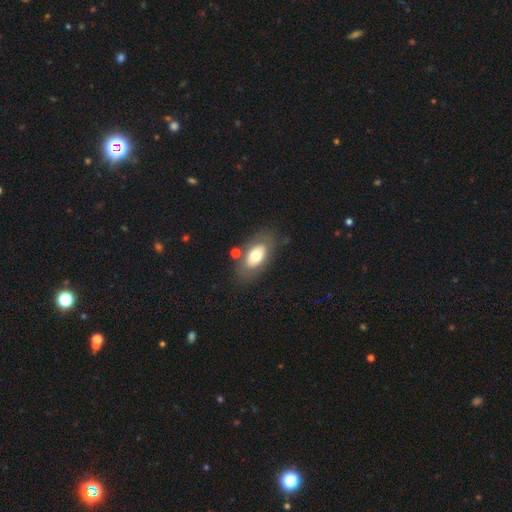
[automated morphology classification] A smooth galaxy with no disk features (62%) that is in between round and cigar-shaped (90%). Merging: none (74%).